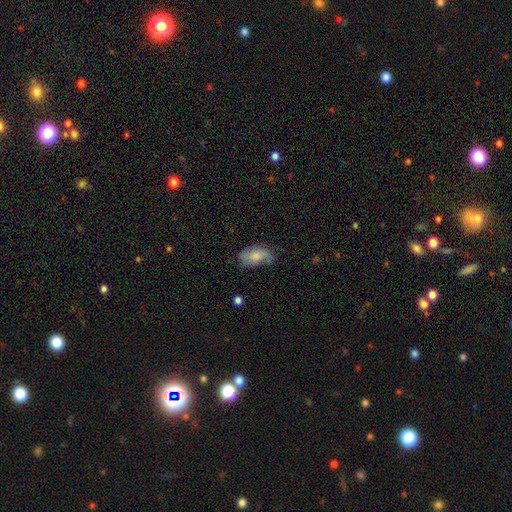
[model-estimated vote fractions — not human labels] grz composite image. It shows a smooth galaxy with no disk features (71%) that is in between round and cigar-shaped (93%). Merging: none (53%).